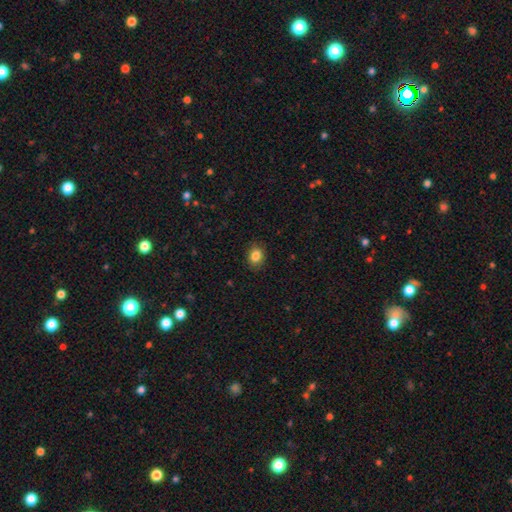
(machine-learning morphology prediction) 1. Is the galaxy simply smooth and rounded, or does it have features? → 85% smooth, 10% star or artifact, 5% featured or disk.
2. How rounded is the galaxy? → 51% in between, 48% round, 1% cigar-shaped.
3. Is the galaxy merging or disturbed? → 85% none, 11% minor disturbance, 2% major disturbance, 1% merger.